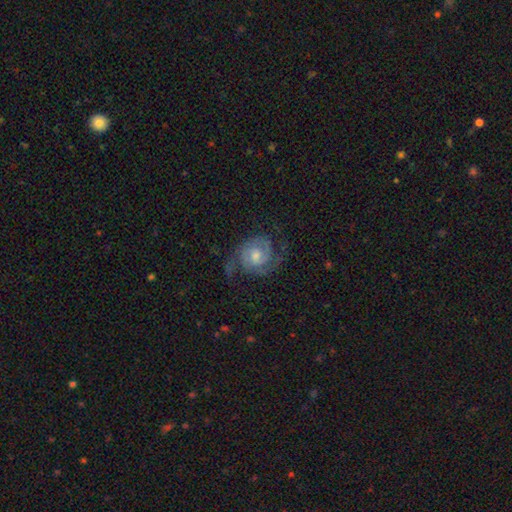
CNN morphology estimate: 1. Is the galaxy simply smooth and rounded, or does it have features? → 85% featured or disk, 9% smooth, 6% star or artifact.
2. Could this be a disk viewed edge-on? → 98% no, 2% yes.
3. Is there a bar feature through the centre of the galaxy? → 60% no, 34% weak, 6% strong.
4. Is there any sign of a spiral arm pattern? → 97% yes, 3% no.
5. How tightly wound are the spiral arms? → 47% tight, 41% medium, 12% loose.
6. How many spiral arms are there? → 80% 2, 7% can't tell, 7% 3, 3% 1, 2% 4, 2% more than 4.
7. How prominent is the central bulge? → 56% moderate, 35% small, 5% large, 3% none, 1% dominant.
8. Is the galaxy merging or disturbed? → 71% none, 17% minor disturbance, 11% major disturbance, 1% merger.